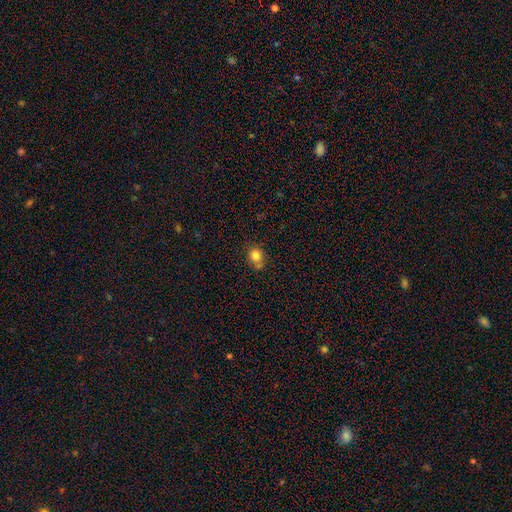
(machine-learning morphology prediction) smooth_or_featured: smooth (p=0.81) [alt: star or artifact p=0.11]
how_rounded: round (p=0.72) [alt: in between p=0.27]
merging: none (p=0.62) [alt: minor disturbance p=0.20]